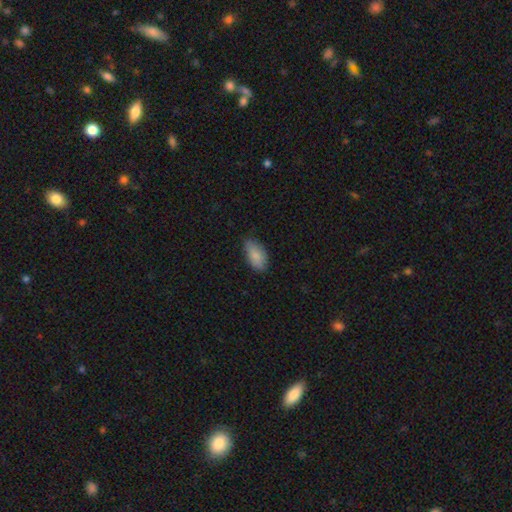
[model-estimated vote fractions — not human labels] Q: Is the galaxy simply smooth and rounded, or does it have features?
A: smooth — 86%.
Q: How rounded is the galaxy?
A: in between — 93%.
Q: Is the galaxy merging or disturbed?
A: none — 77%.